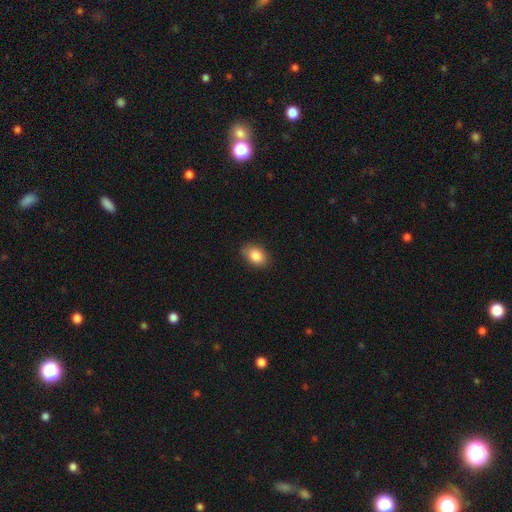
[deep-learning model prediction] smooth_or_featured: smooth (p=0.86) [alt: star or artifact p=0.08]
how_rounded: in between (p=0.79) [alt: round p=0.20]
merging: none (p=0.81) [alt: minor disturbance p=0.15]